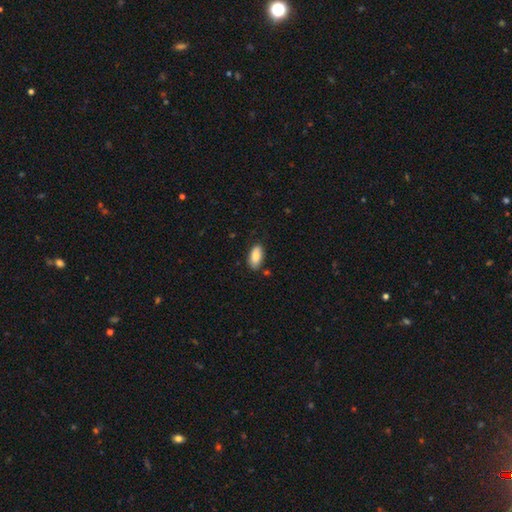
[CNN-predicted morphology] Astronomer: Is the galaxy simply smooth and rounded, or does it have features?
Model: smooth — 84%.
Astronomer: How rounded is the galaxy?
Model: in between — 92%.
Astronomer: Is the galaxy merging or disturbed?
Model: none — 80%.